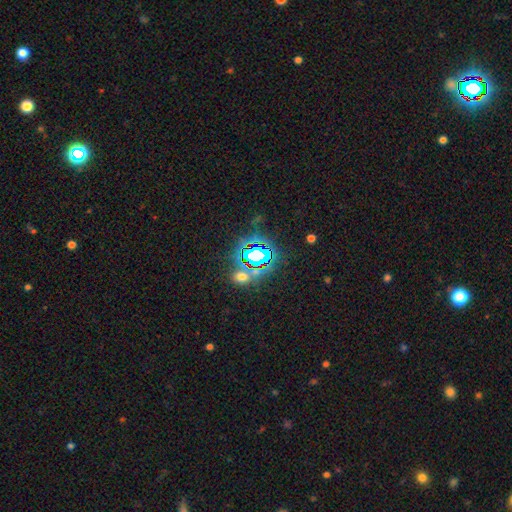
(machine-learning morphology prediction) A star or artifact, not a galaxy (68%).

Vote fractions:
- Smooth or featured? star or artifact: 68% / smooth: 21% / featured or disk: 11%